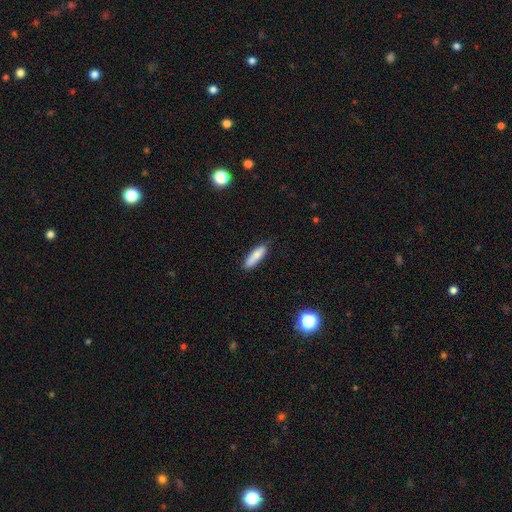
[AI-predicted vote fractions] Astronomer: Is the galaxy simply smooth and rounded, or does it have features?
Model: smooth — 80%.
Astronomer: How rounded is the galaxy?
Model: cigar-shaped — 64%.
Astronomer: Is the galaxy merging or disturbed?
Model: none — 80%.